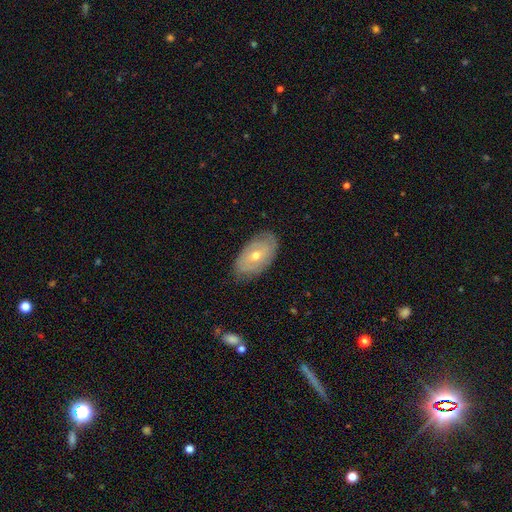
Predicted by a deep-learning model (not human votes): Q: Smooth or featured?
A: featured or disk (56%); runner-up: smooth (37%)
Q: Edge-on disk?
A: no (89%); runner-up: yes (11%)
Q: Merging?
A: none (78%); runner-up: minor disturbance (17%)